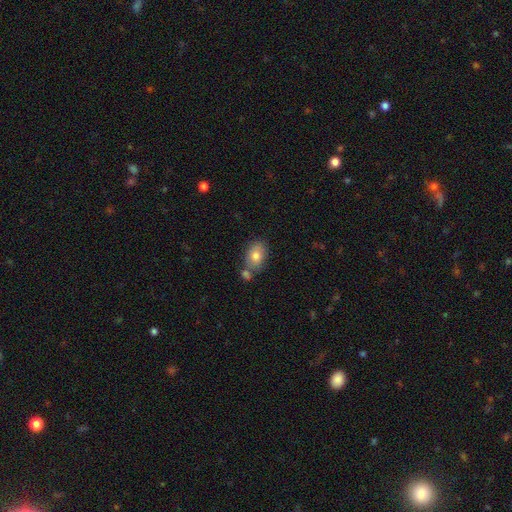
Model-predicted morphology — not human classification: Smooth or featured? Predicted: smooth (p=0.77). How rounded? Predicted: in between (p=0.81). Merging? Predicted: none (p=0.60).